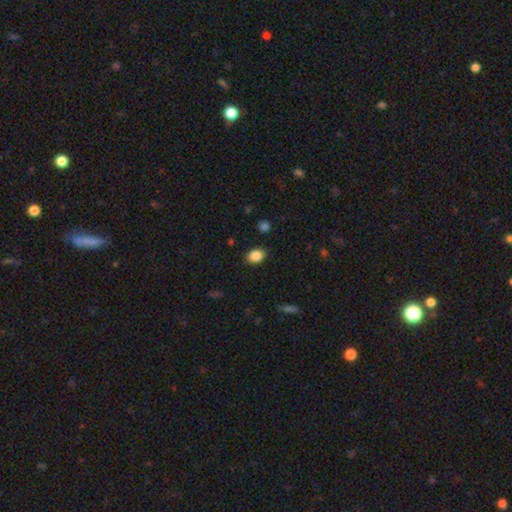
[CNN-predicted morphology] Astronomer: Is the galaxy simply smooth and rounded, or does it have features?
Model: smooth — 87%.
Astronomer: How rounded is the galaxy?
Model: in between — 67%.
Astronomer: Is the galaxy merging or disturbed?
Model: none — 87%.